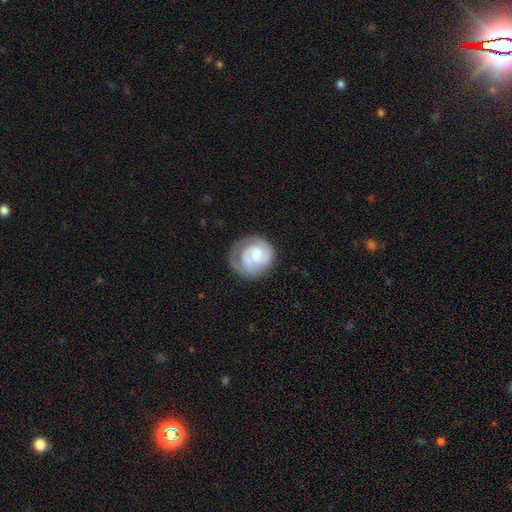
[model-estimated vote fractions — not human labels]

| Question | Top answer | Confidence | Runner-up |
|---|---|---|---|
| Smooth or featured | featured or disk | 59% | smooth (35%) |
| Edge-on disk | no | 98% | yes (2%) |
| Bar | no | 59% | weak (35%) |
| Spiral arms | yes | 84% | no (16%) |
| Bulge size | moderate | 42% | small (30%) |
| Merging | none | 61% | minor disturbance (22%) |